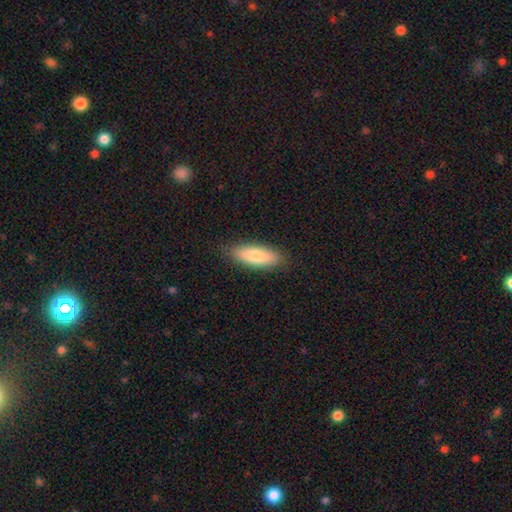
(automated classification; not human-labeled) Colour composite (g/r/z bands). It shows a smooth galaxy with no disk features (79%) that is in between round and cigar-shaped (63%). Merging: none (86%).